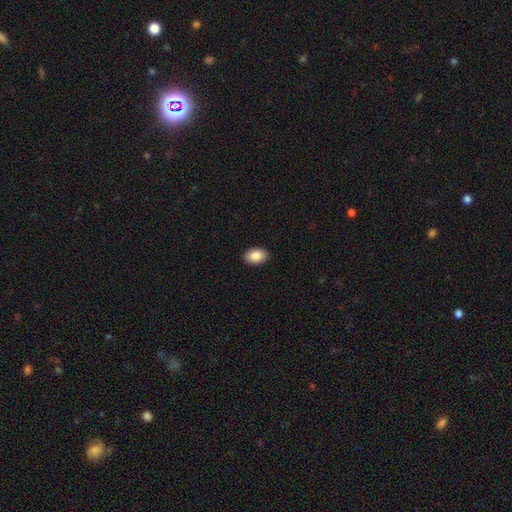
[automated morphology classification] Overall: smooth (87%). How rounded: in between (85%). Merging: none (91%).